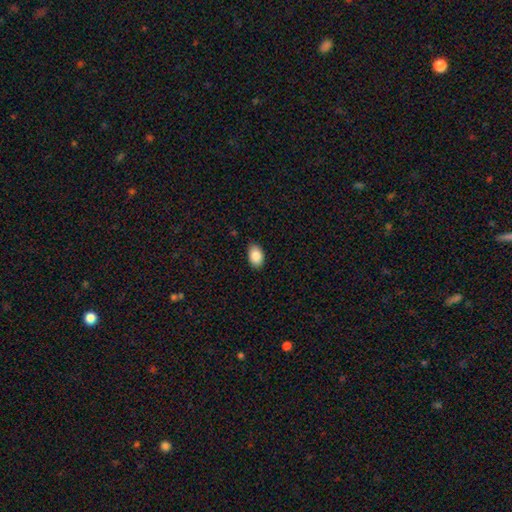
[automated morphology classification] Q: Smooth or featured?
A: smooth (88%); runner-up: star or artifact (7%)
Q: How rounded?
A: in between (90%); runner-up: round (9%)
Q: Merging?
A: none (84%); runner-up: minor disturbance (12%)